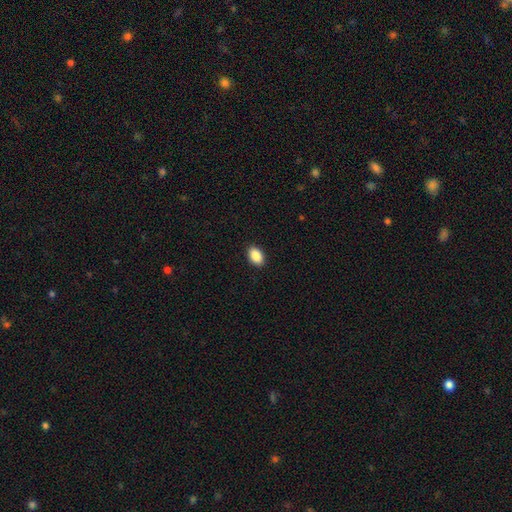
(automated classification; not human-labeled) smooth 89%, star or artifact 8%, featured or disk 3%. Down the decision tree: how rounded — in between (88%); merging — none (91%).